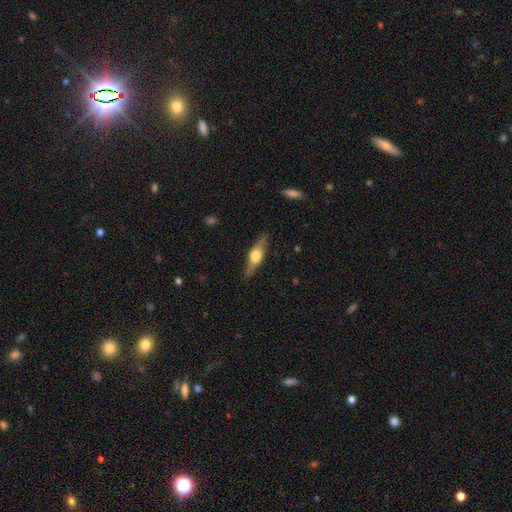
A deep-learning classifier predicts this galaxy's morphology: This appears to be a featured or disk galaxy (58%) viewed edge-on (91%) with a rounded central bulge (93%). Merging: none (84%).